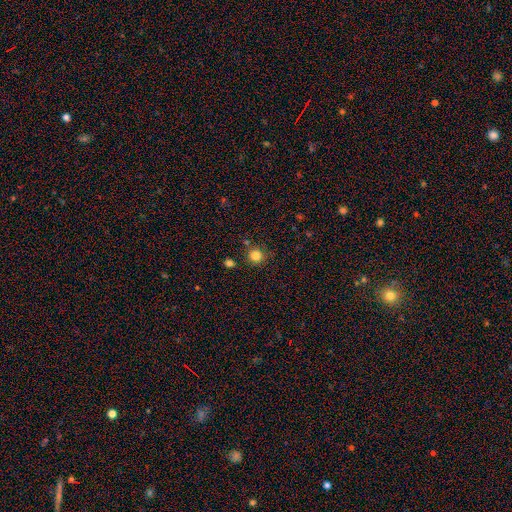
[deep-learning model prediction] A smooth galaxy with no disk features (82%) that is round (93%). Merging: none (82%).